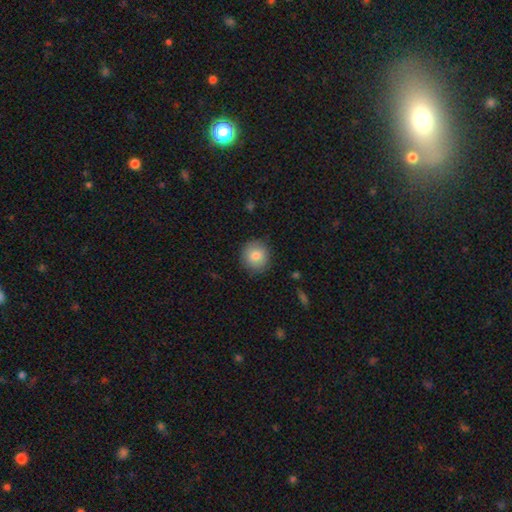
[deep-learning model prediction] A smooth galaxy with no disk features (82%) that is round (87%).

Vote fractions:
- Smooth or featured? smooth: 82% / featured or disk: 10% / star or artifact: 8%
- How rounded? round: 87% / in between: 12% / cigar-shaped: 1%
- Merging? none: 86% / minor disturbance: 10% / major disturbance: 3% / merger: 1%